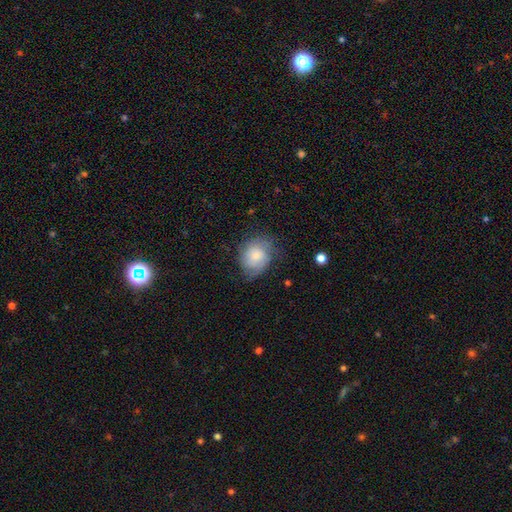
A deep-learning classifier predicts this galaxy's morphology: This is likely a smooth galaxy (63%). How rounded: possibly round (57%). Merging: possibly none (53%).